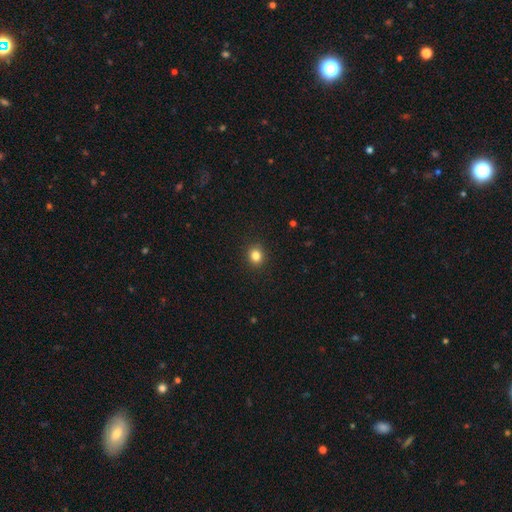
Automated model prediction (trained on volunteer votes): Morphology: type=smooth (84%); roundness=round (74%); merging=none (91%).